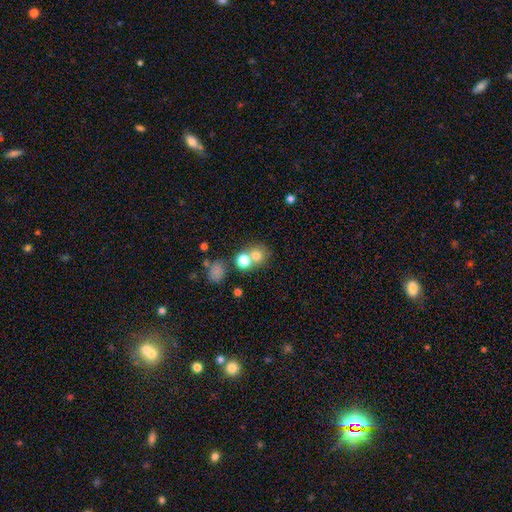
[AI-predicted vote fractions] smooth-or-featured: smooth: 73% | star or artifact: 14% | featured or disk: 13%
  how-rounded: round: 79% | in between: 20% | cigar-shaped: 1%
  merging: merger: 48% | none: 42% | minor disturbance: 6% | major disturbance: 3%